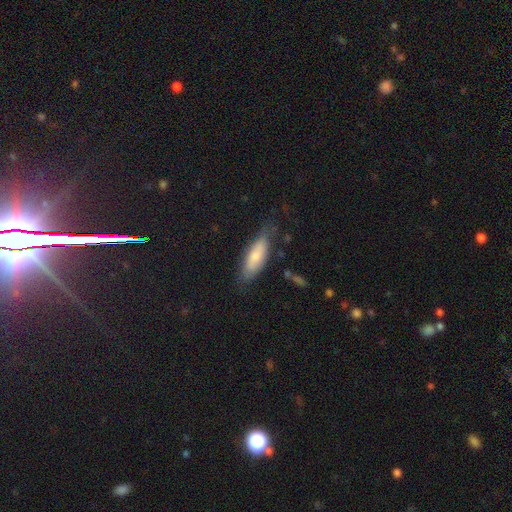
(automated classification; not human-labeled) A smooth galaxy with no disk features (72%) that is in between round and cigar-shaped (65%). Merging: none (65%).